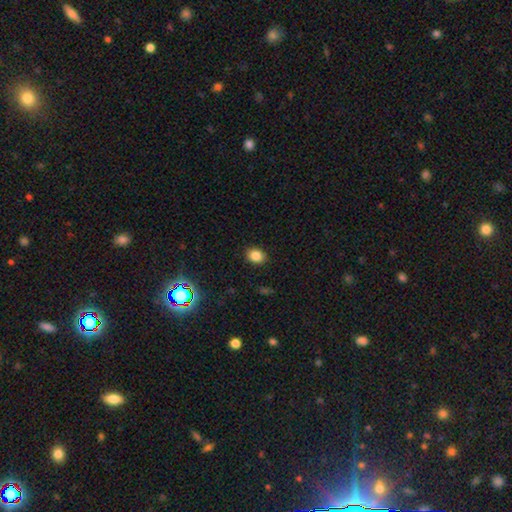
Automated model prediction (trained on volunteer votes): Morphology: type=smooth (84%); roundness=in between (57%); merging=none (89%).